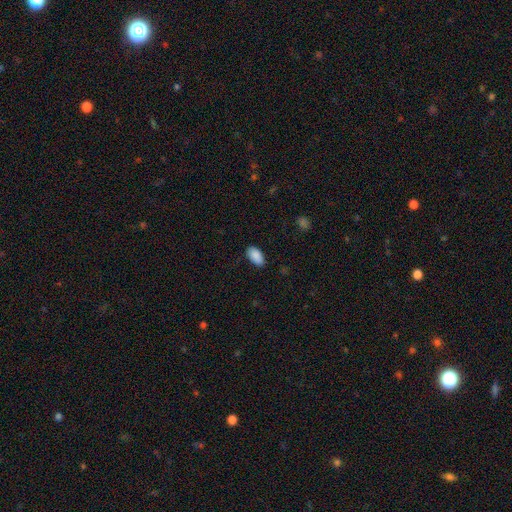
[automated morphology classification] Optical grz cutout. It shows a smooth galaxy with no disk features (89%) that is in between round and cigar-shaped (94%). Merging: none (82%).